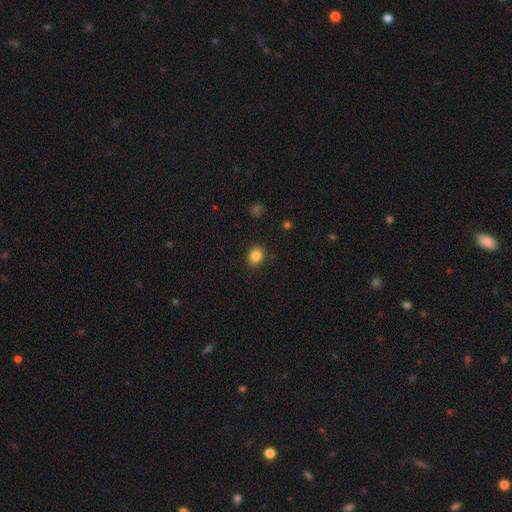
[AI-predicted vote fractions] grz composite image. It shows a smooth galaxy with no disk features (85%) that is round (66%). Merging: none (89%).